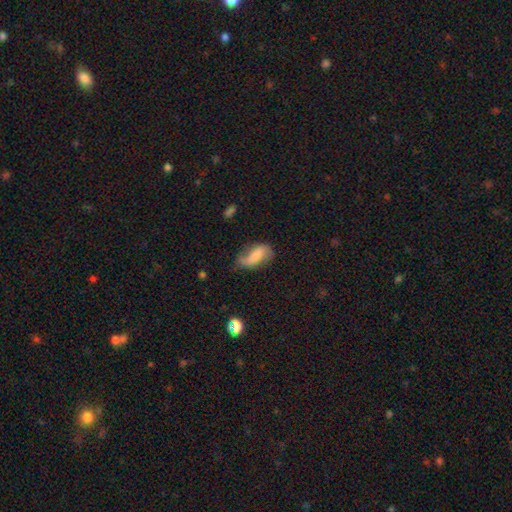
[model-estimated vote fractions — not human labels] Smooth or featured?
  - smooth: 46% *
  - featured or disk: 45%
  - star or artifact: 8%
Merging?
  - none: 48% *
  - minor disturbance: 31%
  - major disturbance: 17%
  - merger: 4%